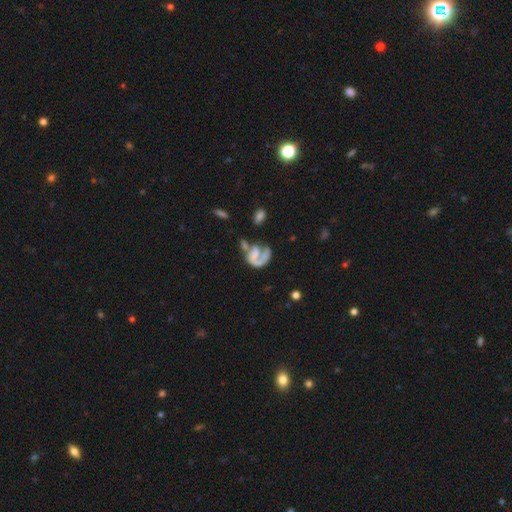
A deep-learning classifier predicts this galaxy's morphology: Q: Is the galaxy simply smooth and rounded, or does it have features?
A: featured or disk — 66%.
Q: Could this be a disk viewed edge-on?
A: no — 98%.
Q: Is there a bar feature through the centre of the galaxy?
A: no — 67%.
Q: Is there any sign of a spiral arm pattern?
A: yes — 74%.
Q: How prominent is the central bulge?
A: none — 59%.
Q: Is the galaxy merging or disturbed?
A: major disturbance — 39%.